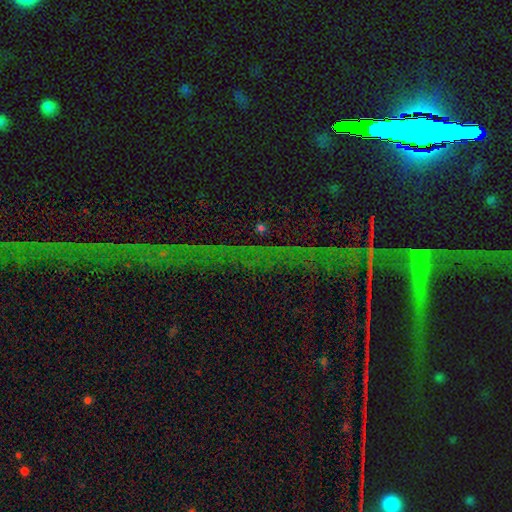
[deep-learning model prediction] Overall: star or artifact (79%).